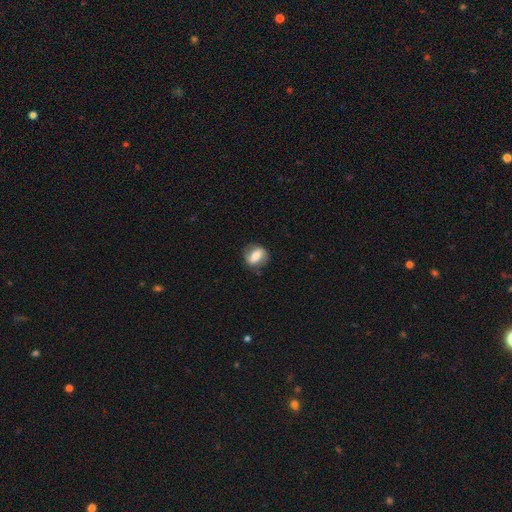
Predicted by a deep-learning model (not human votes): A smooth galaxy with no disk features (46%, tied with featured or disk).

Vote fractions:
- Smooth or featured? smooth: 46% (tied) / featured or disk: 46% (tied) / star or artifact: 7%
- Merging? none: 81% / minor disturbance: 14% / major disturbance: 4% / merger: 1%